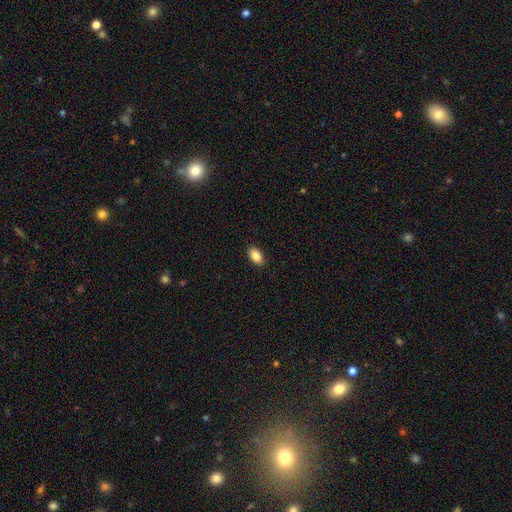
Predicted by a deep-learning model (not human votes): This is clearly a smooth galaxy (87%). How rounded: clearly in between (92%). Merging: clearly none (89%).